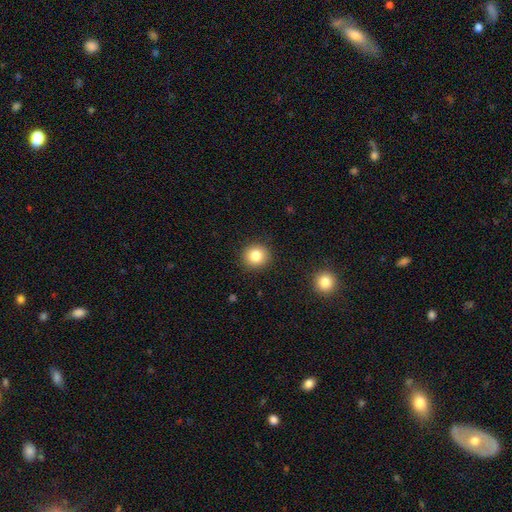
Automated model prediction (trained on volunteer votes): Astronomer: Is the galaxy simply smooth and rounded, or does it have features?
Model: smooth — 82%.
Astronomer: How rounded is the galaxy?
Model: round — 90%.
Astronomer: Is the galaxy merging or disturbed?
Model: none — 91%.